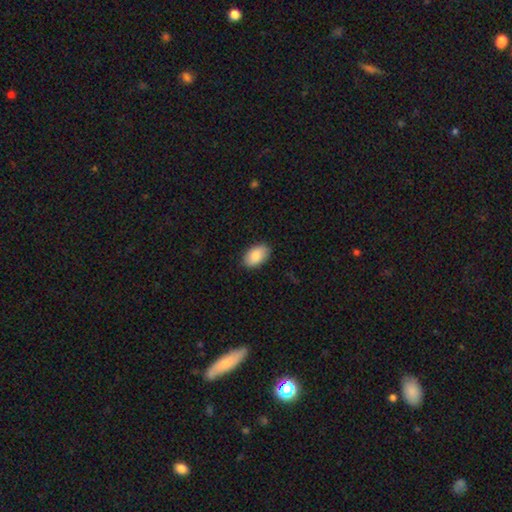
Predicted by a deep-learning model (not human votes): Smooth or featured: smooth — 86% (featured or disk — 8%)
How rounded: in between — 93% (round — 6%)
Merging: none — 87% (minor disturbance — 10%)